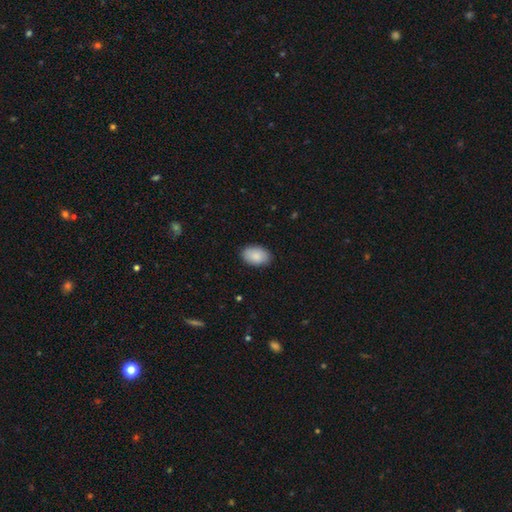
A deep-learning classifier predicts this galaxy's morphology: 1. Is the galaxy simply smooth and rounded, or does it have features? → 88% smooth, 6% star or artifact, 5% featured or disk.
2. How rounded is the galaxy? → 90% in between, 9% round, 1% cigar-shaped.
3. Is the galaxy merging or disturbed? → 88% none, 9% minor disturbance, 2% major disturbance, 1% merger.